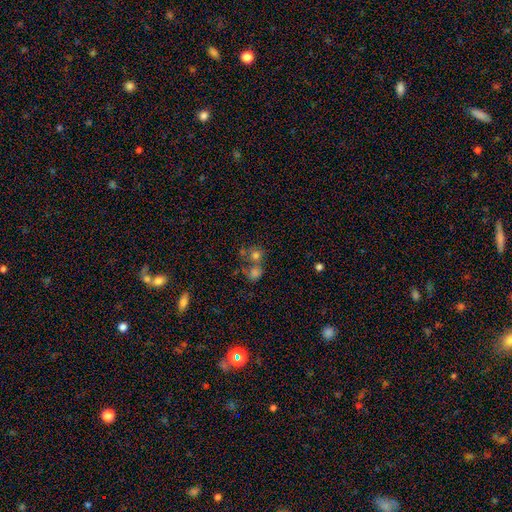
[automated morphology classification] This appears to be a smooth galaxy with no disk features (71%) that is round (80%). Merging: merger (44%).